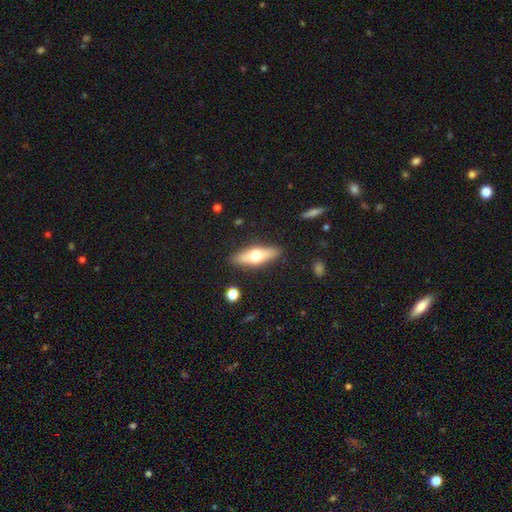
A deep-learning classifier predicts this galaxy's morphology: Smooth or featured? Predicted: smooth (p=0.51). How rounded? Predicted: in between (p=0.49). Merging? Predicted: none (p=0.88).